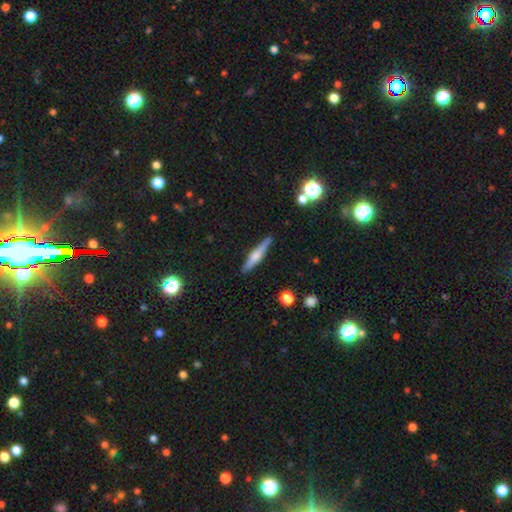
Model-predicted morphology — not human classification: This is possibly a featured or disk galaxy (53%). It is clearly viewed edge-on (97%). Edge-on bulge: likely rounded (75%). Merging: clearly none (88%).